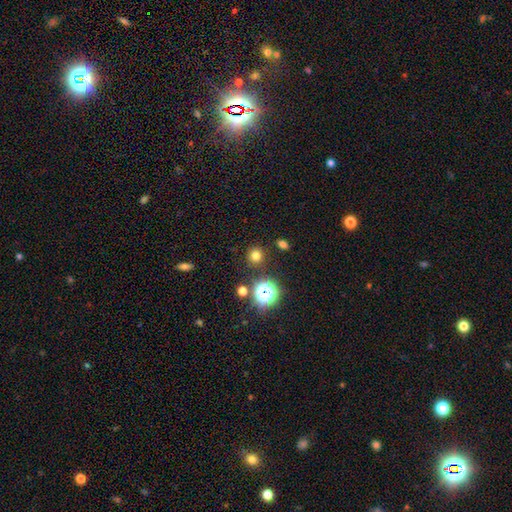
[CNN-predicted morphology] Smooth or featured? Predicted: smooth (p=0.73). How rounded? Predicted: round (p=0.92). Merging? Predicted: none (p=0.88).